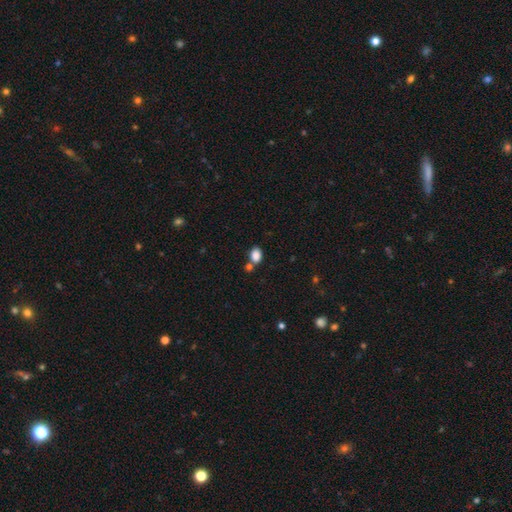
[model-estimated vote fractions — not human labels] Smooth or featured?
  - smooth: 85% *
  - star or artifact: 10%
  - featured or disk: 5%
How rounded?
  - in between: 74% *
  - round: 25%
  - cigar-shaped: 1%
Merging?
  - none: 59% *
  - merger: 26%
  - minor disturbance: 12%
  - major disturbance: 4%